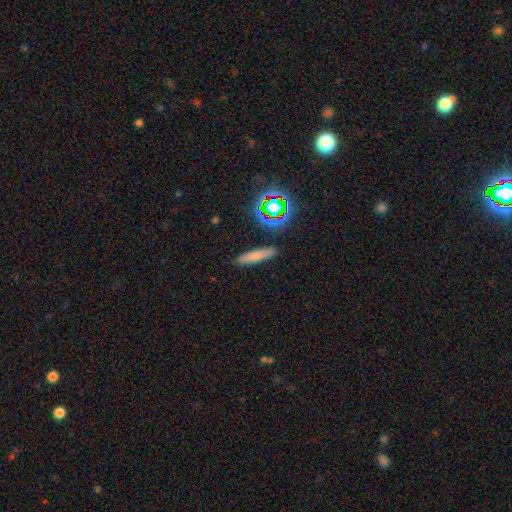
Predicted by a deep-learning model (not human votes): This appears to be a smooth galaxy with no disk features (69%) that is cigar-shaped (80%). Merging: none (87%).